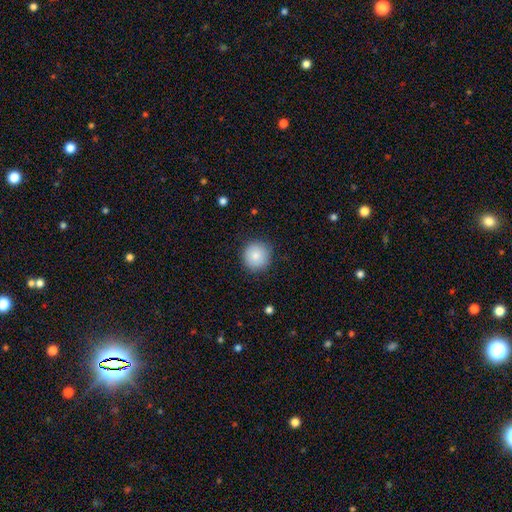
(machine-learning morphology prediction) Smooth or featured?
  - smooth: 85% *
  - star or artifact: 8%
  - featured or disk: 7%
How rounded?
  - round: 94% *
  - in between: 6%
  - cigar-shaped: 1%
Merging?
  - none: 88% *
  - minor disturbance: 9%
  - major disturbance: 2%
  - merger: 1%